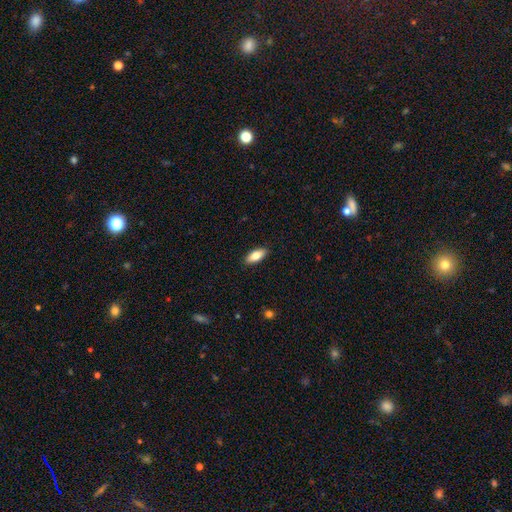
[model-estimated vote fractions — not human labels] smooth_or_featured: smooth (p=0.81) [alt: featured or disk p=0.13]
how_rounded: in between (p=0.84) [alt: cigar-shaped p=0.14]
merging: none (p=0.90) [alt: minor disturbance p=0.08]